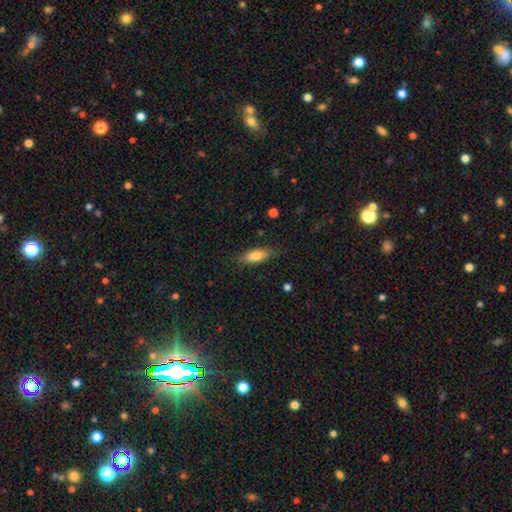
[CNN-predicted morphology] type=smooth (78%); roundness=in between (65%); merging=none (79%).